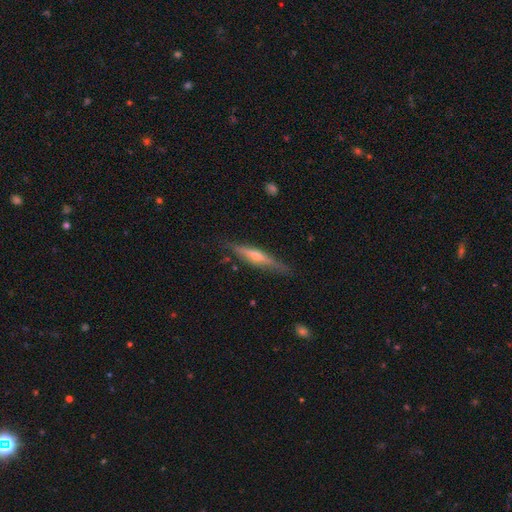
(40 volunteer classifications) This is likely a featured or disk galaxy (78%). It is clearly viewed edge-on (94%). Edge-on bulge: likely rounded (62%). Merging: clearly none (82%).